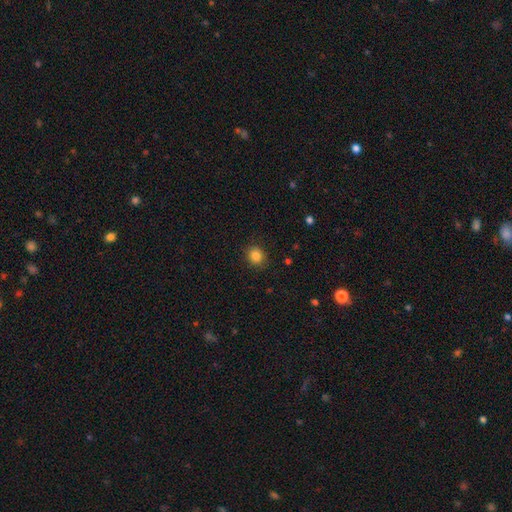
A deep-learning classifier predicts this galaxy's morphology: Smooth or featured?
  - smooth: 85% *
  - star or artifact: 11%
  - featured or disk: 5%
How rounded?
  - round: 80% *
  - in between: 19%
  - cigar-shaped: 1%
Merging?
  - none: 89% *
  - minor disturbance: 7%
  - major disturbance: 2%
  - merger: 1%